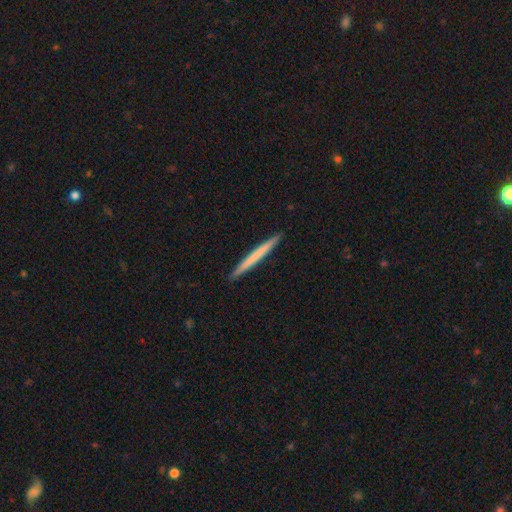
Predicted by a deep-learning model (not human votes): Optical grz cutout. It shows a smooth galaxy with no disk features (60%) that is cigar-shaped (97%). Merging: none (93%).